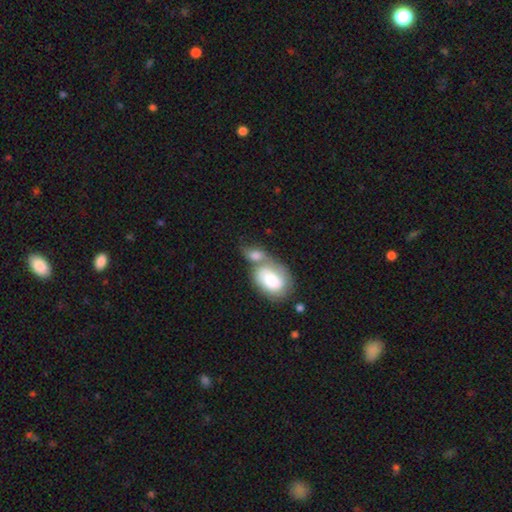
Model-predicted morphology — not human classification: Smooth or featured? Predicted: smooth (p=0.64). How rounded? Predicted: in between (p=0.78). Merging? Predicted: merger (p=0.65).